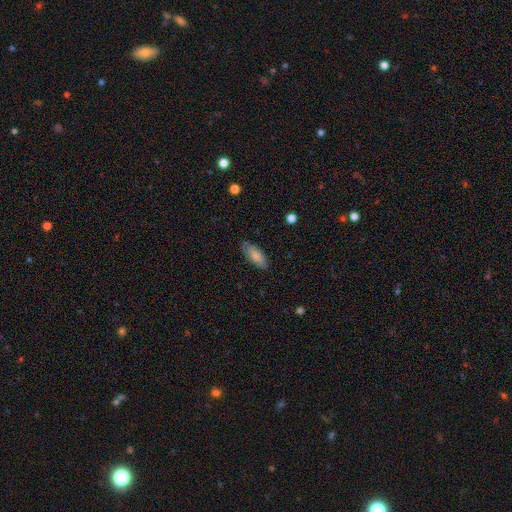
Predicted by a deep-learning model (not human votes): smooth 81%, featured or disk 12%, star or artifact 6%. Down the decision tree: how rounded — in between (80%); merging — none (79%).